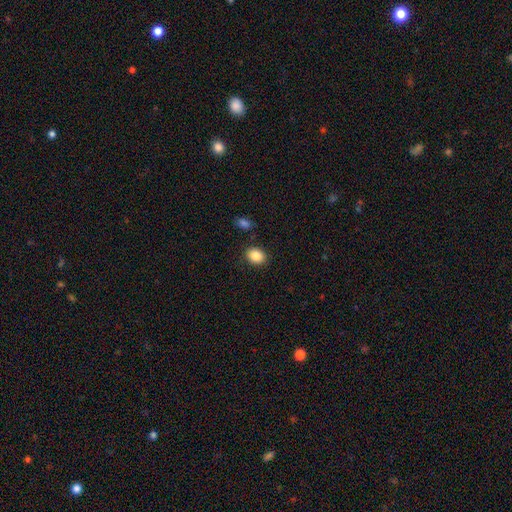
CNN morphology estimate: Q: Smooth or featured?
A: smooth (86%); runner-up: star or artifact (9%)
Q: How rounded?
A: in between (53%); runner-up: round (46%)
Q: Merging?
A: none (86%); runner-up: minor disturbance (9%)